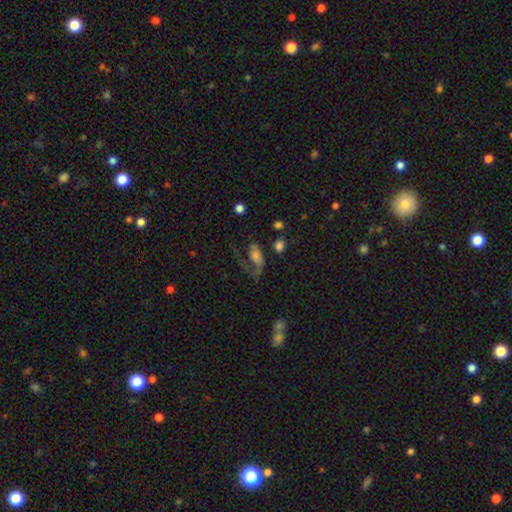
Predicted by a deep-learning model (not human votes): Smooth or featured: featured or disk — 45% (smooth — 44%)
Merging: major disturbance — 47% (none — 31%)